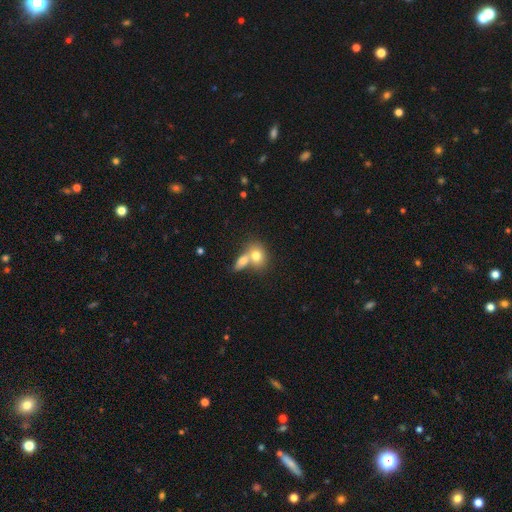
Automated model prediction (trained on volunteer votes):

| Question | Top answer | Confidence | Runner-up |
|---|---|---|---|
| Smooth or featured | smooth | 74% | featured or disk (17%) |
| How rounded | in between | 56% | round (42%) |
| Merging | merger | 62% | none (28%) |